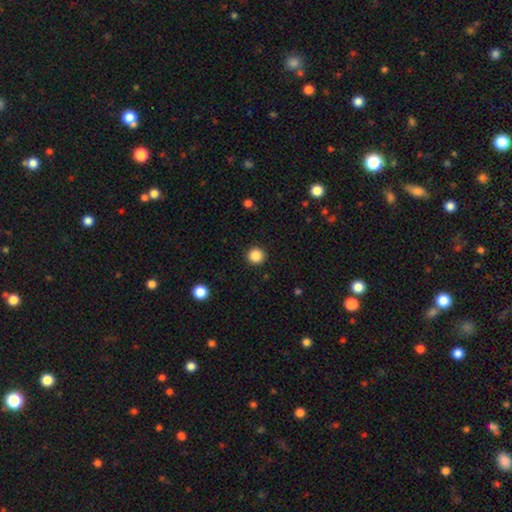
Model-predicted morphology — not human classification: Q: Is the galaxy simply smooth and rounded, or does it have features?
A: smooth — 86%.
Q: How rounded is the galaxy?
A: round — 96%.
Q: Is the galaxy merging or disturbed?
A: none — 93%.